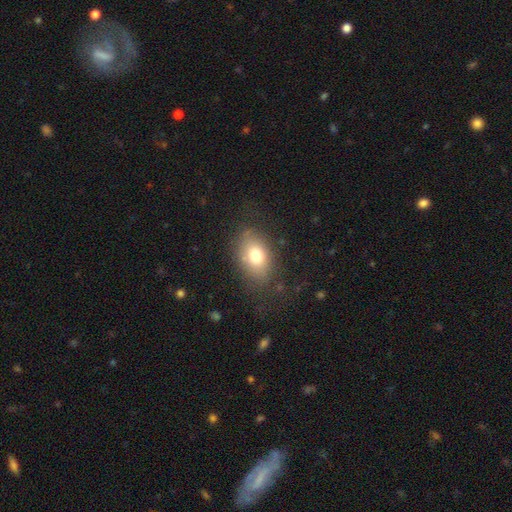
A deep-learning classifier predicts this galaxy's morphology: Overall: smooth (74%). How rounded: in between (83%). Merging: none (74%).